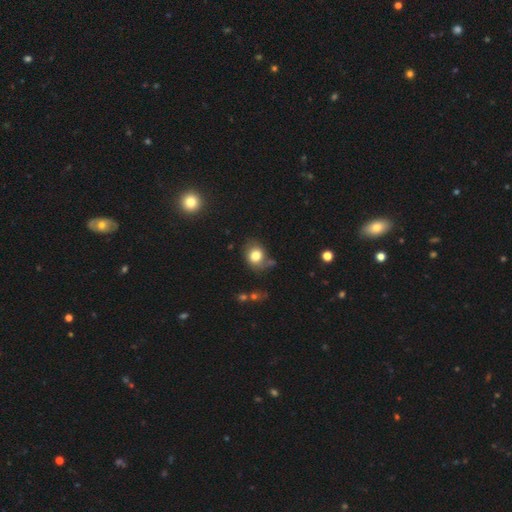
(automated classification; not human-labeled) The model was most divided on "how rounded": round: 61%, in between: 38%, cigar-shaped: 1%. More confident: smooth or featured — smooth (80%); merging — none (65%).